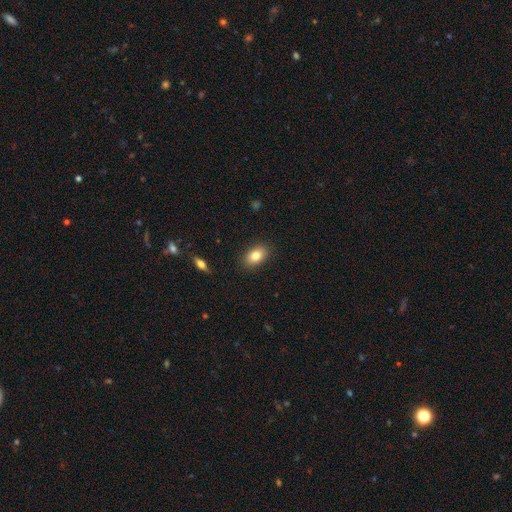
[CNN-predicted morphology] type=smooth (81%); roundness=in between (87%); merging=none (88%).